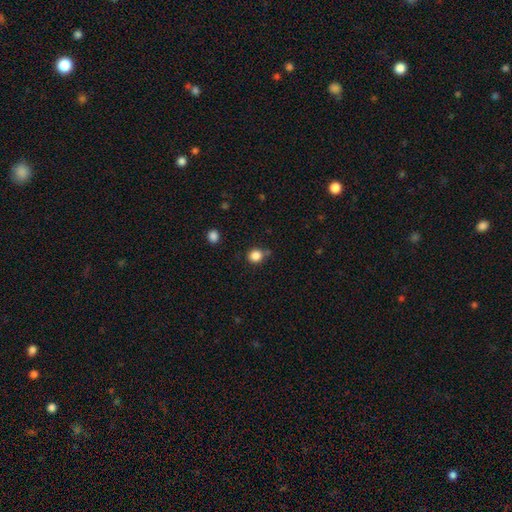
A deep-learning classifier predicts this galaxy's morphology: This appears to be a smooth galaxy with no disk features (84%) that is round (84%). Merging: none (73%).